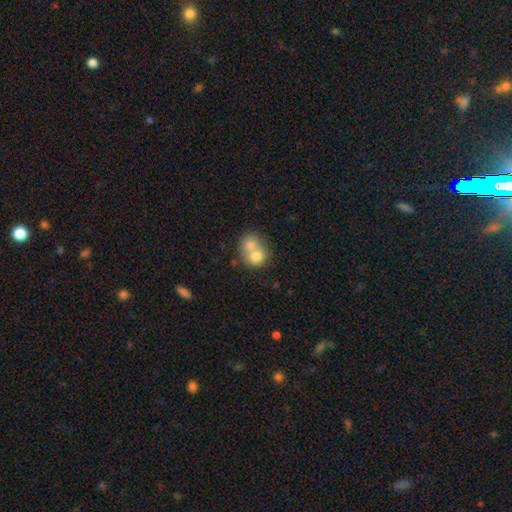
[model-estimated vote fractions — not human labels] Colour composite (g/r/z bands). It shows a smooth galaxy with no disk features (71%) that is round (70%). Merging: merger (70%).